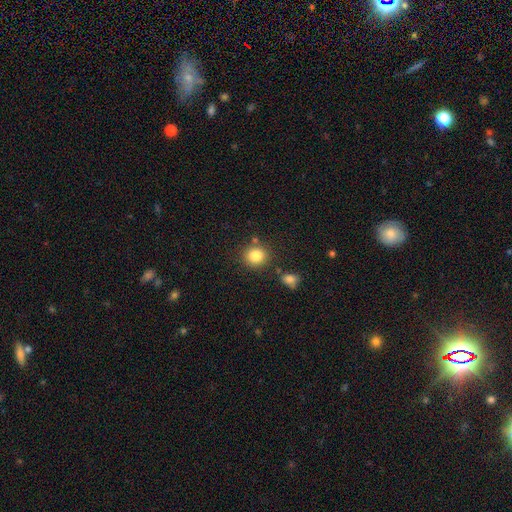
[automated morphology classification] type=smooth (84%); roundness=round (84%); merging=none (79%).